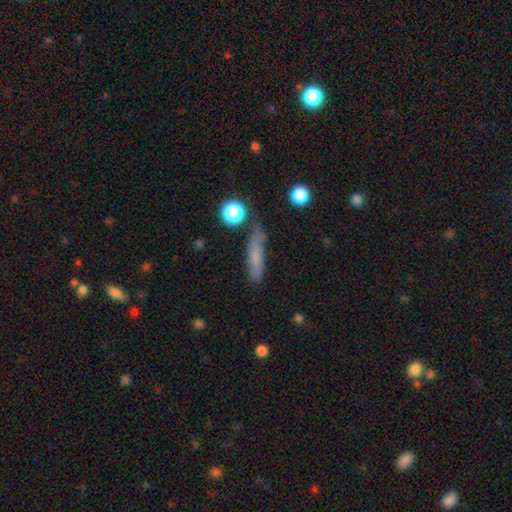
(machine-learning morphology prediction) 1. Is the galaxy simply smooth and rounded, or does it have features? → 70% smooth, 21% featured or disk, 9% star or artifact.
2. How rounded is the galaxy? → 80% cigar-shaped, 16% in between, 4% round.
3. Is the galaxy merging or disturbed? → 69% none, 21% minor disturbance, 6% major disturbance, 4% merger.